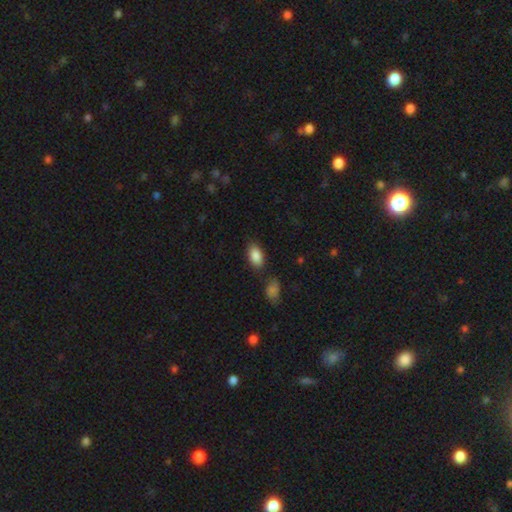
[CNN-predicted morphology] Smooth or featured? Predicted: smooth (p=0.86). How rounded? Predicted: in between (p=0.92). Merging? Predicted: none (p=0.79).